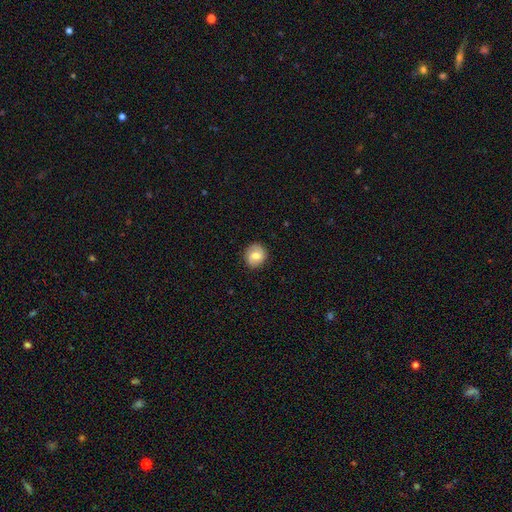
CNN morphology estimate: Smooth or featured? Predicted: smooth (p=0.69). How rounded? Predicted: round (p=0.83). Merging? Predicted: none (p=0.87).